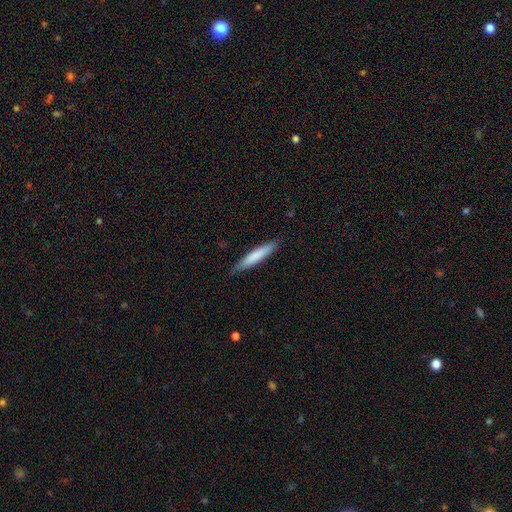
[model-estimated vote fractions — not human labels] smooth 77%, featured or disk 18%, star or artifact 5%. Down the decision tree: how rounded — cigar-shaped (89%); merging — none (85%).